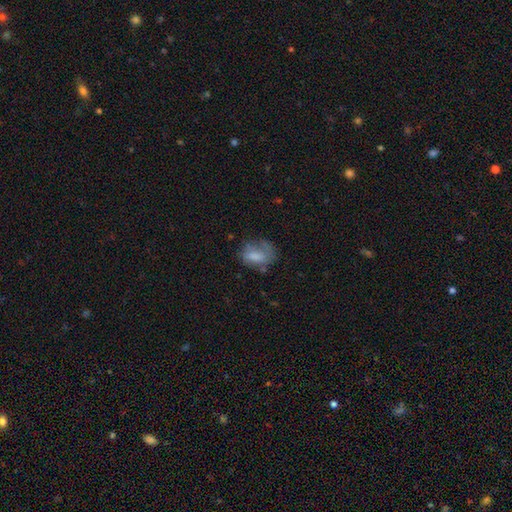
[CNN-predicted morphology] Smooth or featured? Predicted: smooth (p=0.69). How rounded? Predicted: in between (p=0.75). Merging? Predicted: none (p=0.43).